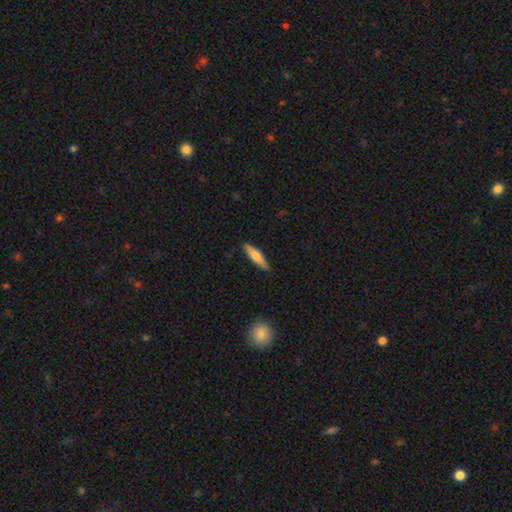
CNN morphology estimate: Overall: smooth (64%; featured or disk 30%). How rounded: cigar-shaped (79%). Merging: none (89%).